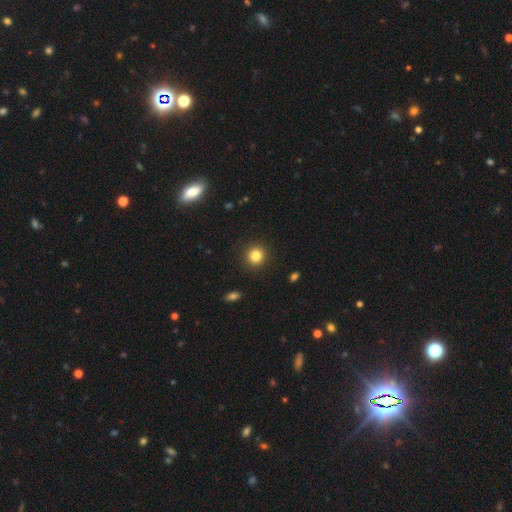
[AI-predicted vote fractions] smooth 83%, star or artifact 11%, featured or disk 6%. Down the decision tree: how rounded — round (92%); merging — none (91%).